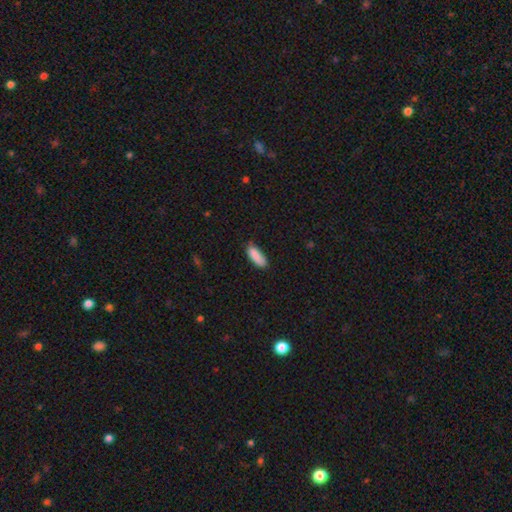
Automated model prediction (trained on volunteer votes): A smooth galaxy with no disk features (88%) that is in between round and cigar-shaped (71%). Merging: none (72%).